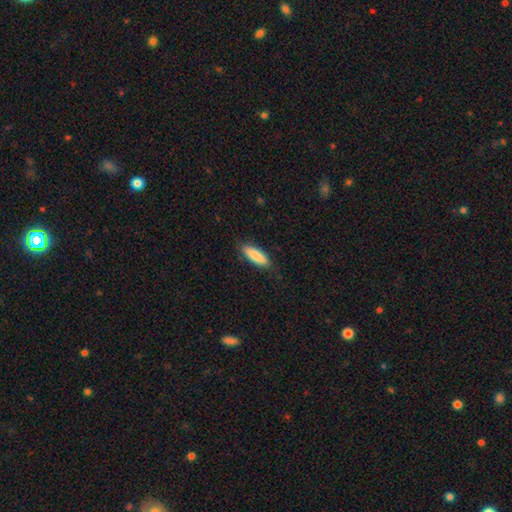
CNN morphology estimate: This appears to be a smooth galaxy with no disk features (87%) that is in between round and cigar-shaped (56%). Merging: none (86%).